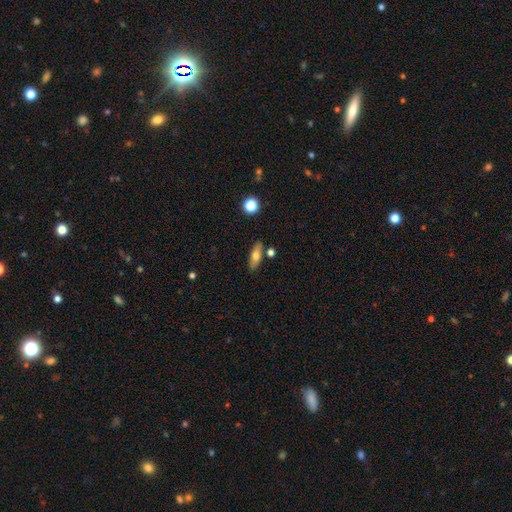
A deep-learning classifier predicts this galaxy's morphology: type=smooth (65%); roundness=in between (61%); merging=none (81%).